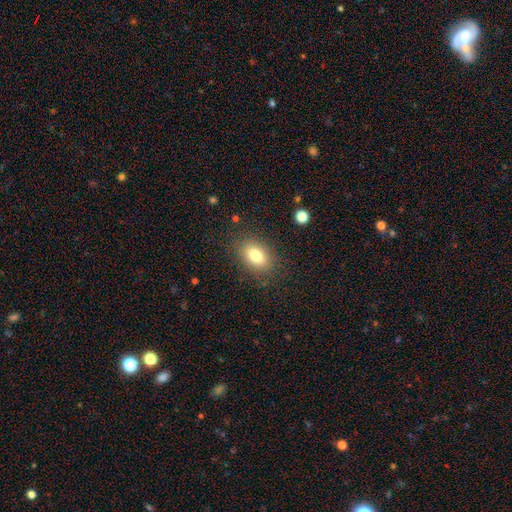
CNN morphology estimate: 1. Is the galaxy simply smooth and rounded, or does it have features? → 80% smooth, 11% featured or disk, 10% star or artifact.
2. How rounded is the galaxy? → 83% in between, 15% round, 2% cigar-shaped.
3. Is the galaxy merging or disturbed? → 84% none, 10% minor disturbance, 4% major disturbance, 1% merger.